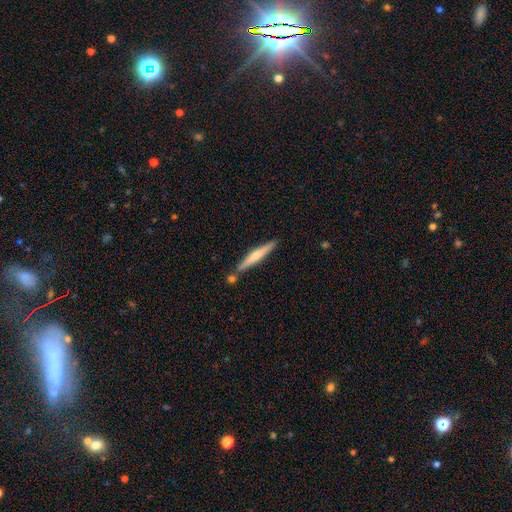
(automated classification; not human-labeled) This appears to be a featured or disk galaxy (51%) viewed edge-on (97%). Merging: none (79%).